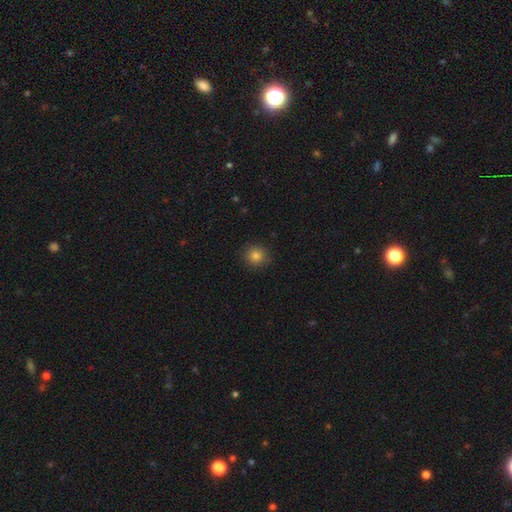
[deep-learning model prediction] Morphology: type=smooth (82%); roundness=round (92%); merging=none (89%).